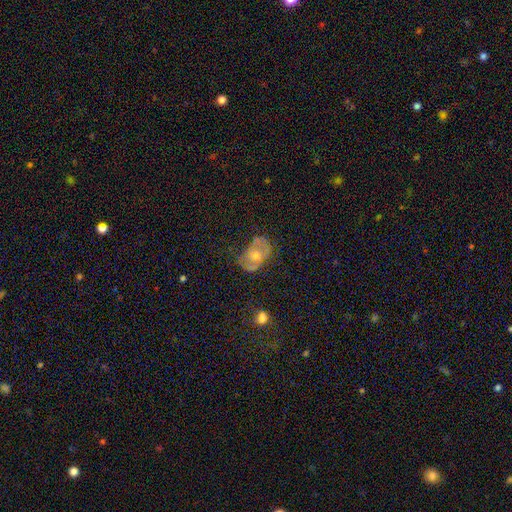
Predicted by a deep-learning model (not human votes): Smooth or featured: featured or disk — 53% (smooth — 35%)
Edge-on disk: no — 95% (yes — 5%)
Bar: no — 84% (weak — 13%)
Spiral arms: no — 60% (yes — 40%)
Bulge size: moderate — 62% (small — 32%)
Merging: none — 49% (minor disturbance — 29%)